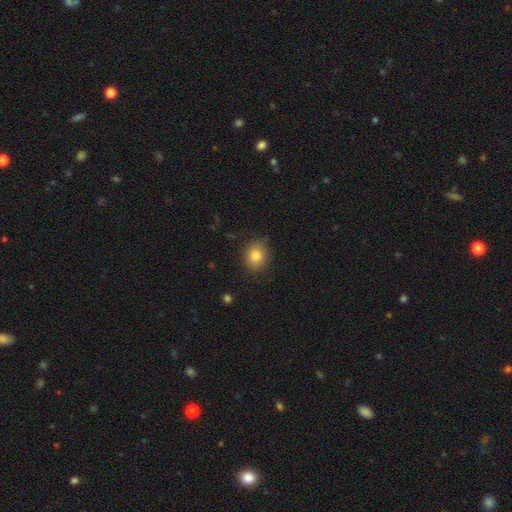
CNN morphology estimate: Smooth or featured? Predicted: smooth (p=0.81). How rounded? Predicted: round (p=0.61). Merging? Predicted: none (p=0.85).